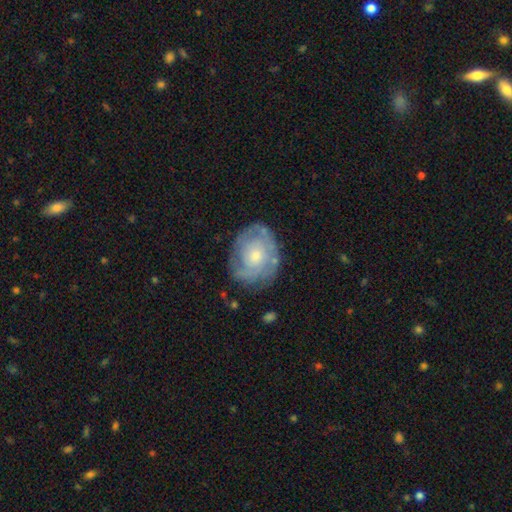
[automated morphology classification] This is likely a featured or disk galaxy (71%). It is clearly not viewed edge-on (97%). Bar: clearly no (80%). Spiral arm pattern: clearly yes (81%). Spiral arm count: possibly can't tell (47%). Spiral winding: likely tight (66%). Central bulge: possibly moderate (48%). Merging: likely none (73%).